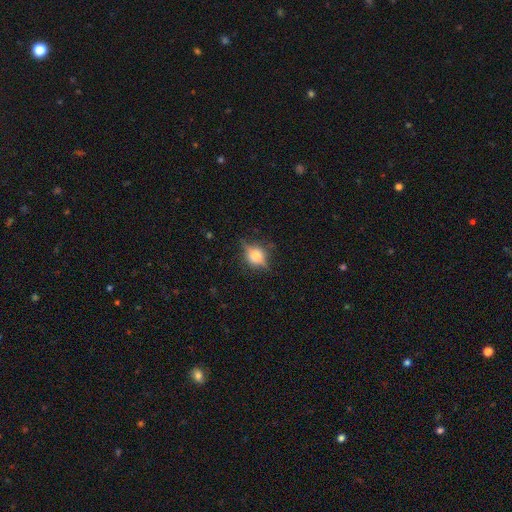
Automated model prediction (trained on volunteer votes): This appears to be a smooth galaxy with no disk features (45%). Merging: none (73%).